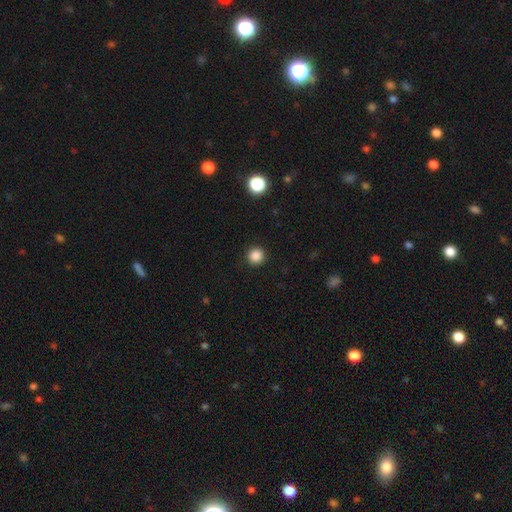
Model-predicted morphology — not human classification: smooth-or-featured: smooth: 86% | star or artifact: 11% | featured or disk: 3%
  how-rounded: round: 95% | in between: 4% | cigar-shaped: 1%
  merging: none: 92% | minor disturbance: 5% | major disturbance: 2% | merger: 1%